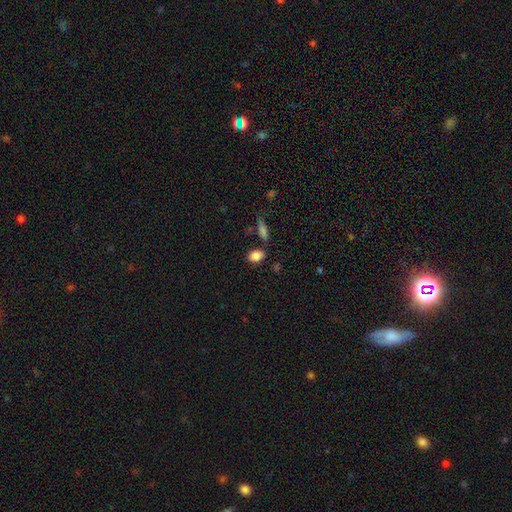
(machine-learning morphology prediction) This appears to be a smooth galaxy with no disk features (86%) that is in between round and cigar-shaped (79%). Merging: none (79%).